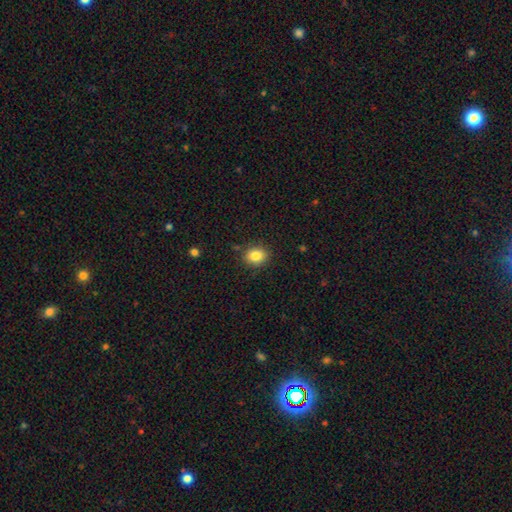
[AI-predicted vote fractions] This appears to be a smooth galaxy with no disk features (84%) that is round (54%). Merging: none (86%).